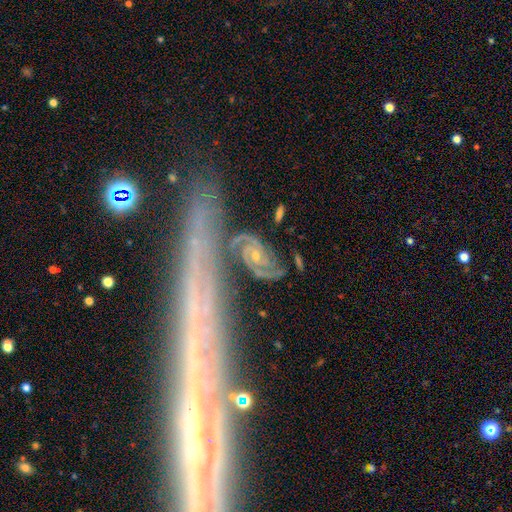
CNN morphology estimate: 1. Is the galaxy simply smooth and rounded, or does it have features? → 87% featured or disk, 7% star or artifact, 6% smooth.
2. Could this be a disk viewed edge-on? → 94% no, 6% yes.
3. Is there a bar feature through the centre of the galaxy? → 63% no, 27% weak, 10% strong.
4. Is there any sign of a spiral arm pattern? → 97% yes, 3% no.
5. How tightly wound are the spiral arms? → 50% tight, 39% medium, 11% loose.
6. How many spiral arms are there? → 73% 2, 9% can't tell, 8% 3, 3% 4, 3% 1, 3% more than 4.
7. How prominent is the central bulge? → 52% small, 42% moderate, 2% large, 2% none, 1% dominant.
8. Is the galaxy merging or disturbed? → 64% none, 18% minor disturbance, 9% major disturbance, 9% merger.